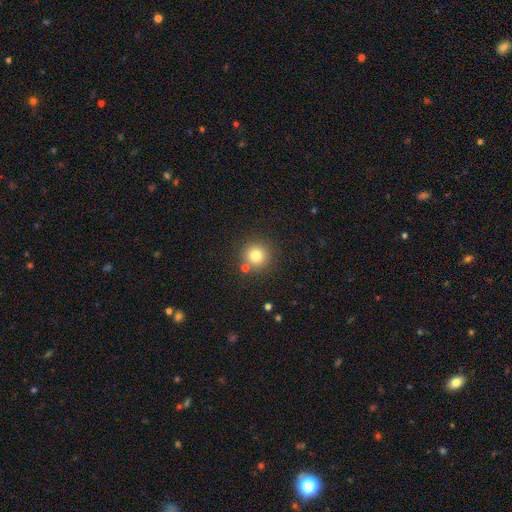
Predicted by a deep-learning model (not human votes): This is likely a smooth galaxy (79%). How rounded: clearly round (94%). Merging: clearly none (81%).